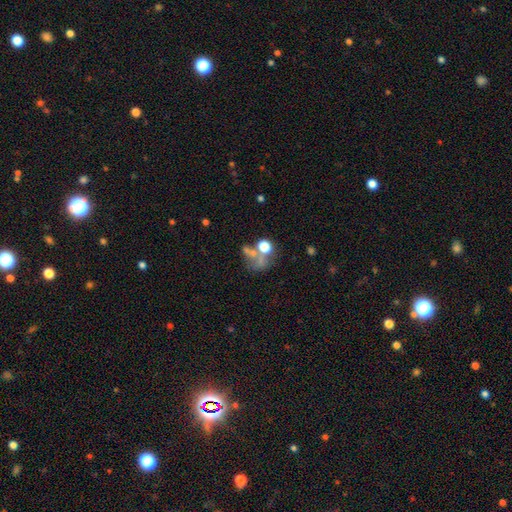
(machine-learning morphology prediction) This is marginally a smooth galaxy (44%). Merging: marginally merger (33%, tied with none).